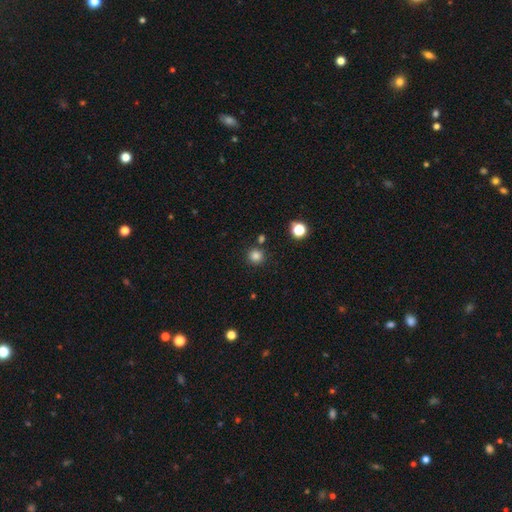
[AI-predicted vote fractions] Q: Smooth or featured?
A: smooth (82%); runner-up: star or artifact (14%)
Q: How rounded?
A: round (94%); runner-up: in between (5%)
Q: Merging?
A: none (85%); runner-up: minor disturbance (7%)